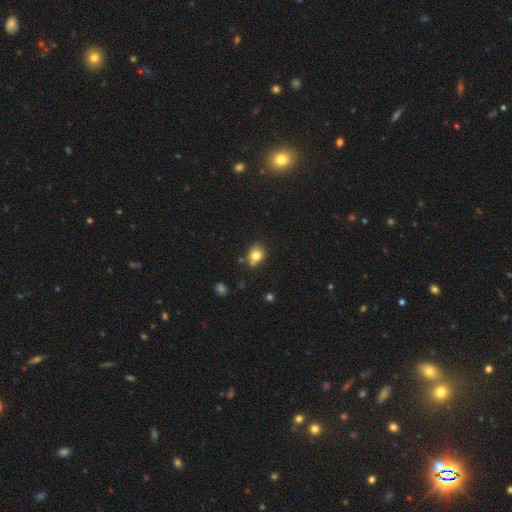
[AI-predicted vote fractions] This appears to be a smooth galaxy with no disk features (78%) that is round (63%). Merging: none (64%).